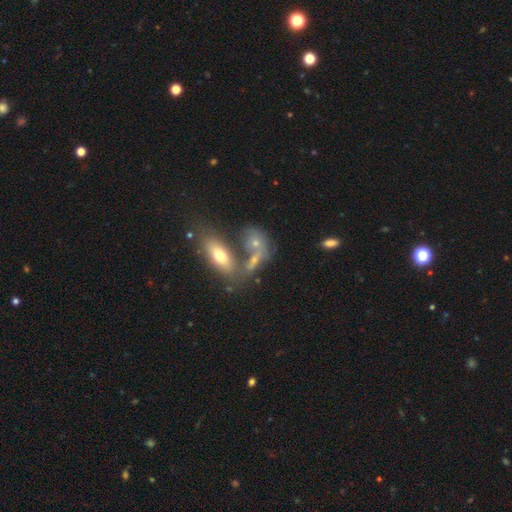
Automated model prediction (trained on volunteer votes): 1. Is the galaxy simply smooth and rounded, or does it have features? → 55% smooth, 32% featured or disk, 13% star or artifact.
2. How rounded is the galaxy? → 68% in between, 18% cigar-shaped, 14% round.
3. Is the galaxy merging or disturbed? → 41% merger, 40% none, 12% minor disturbance, 7% major disturbance.